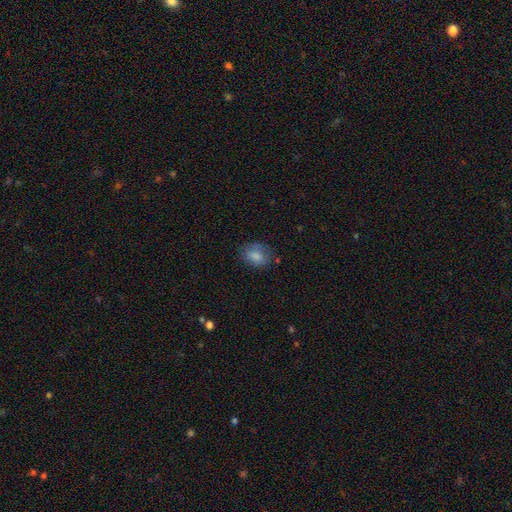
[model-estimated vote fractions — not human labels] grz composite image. It shows a smooth galaxy with no disk features (81%) that is in between round and cigar-shaped (70%). Merging: none (68%).